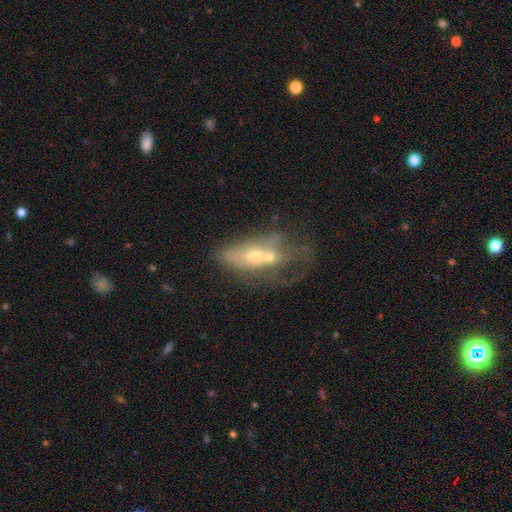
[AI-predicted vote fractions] Smooth or featured?
  - featured or disk: 55% *
  - smooth: 35%
  - star or artifact: 10%
Edge-on disk?
  - no: 83% *
  - yes: 17%
Merging?
  - merger: 58% *
  - major disturbance: 19%
  - none: 14%
  - minor disturbance: 9%